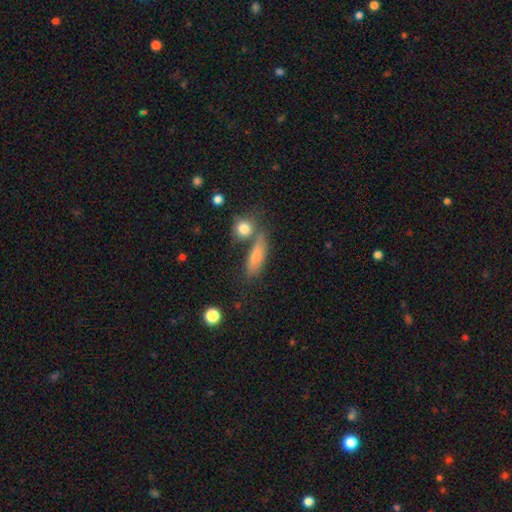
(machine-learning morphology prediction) smooth_or_featured: smooth (p=0.68) [alt: featured or disk p=0.21]
how_rounded: in between (p=0.46) [alt: cigar-shaped p=0.45]
merging: none (p=0.55) [alt: merger p=0.22]